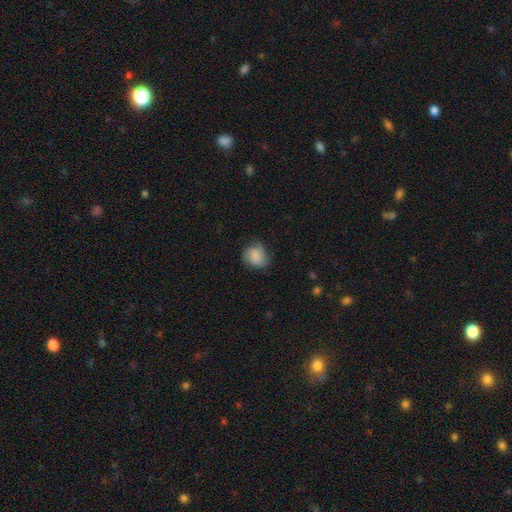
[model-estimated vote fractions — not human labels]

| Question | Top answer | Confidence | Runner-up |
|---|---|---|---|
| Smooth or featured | smooth | 64% | featured or disk (28%) |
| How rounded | round | 61% | in between (38%) |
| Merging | none | 60% | minor disturbance (28%) |